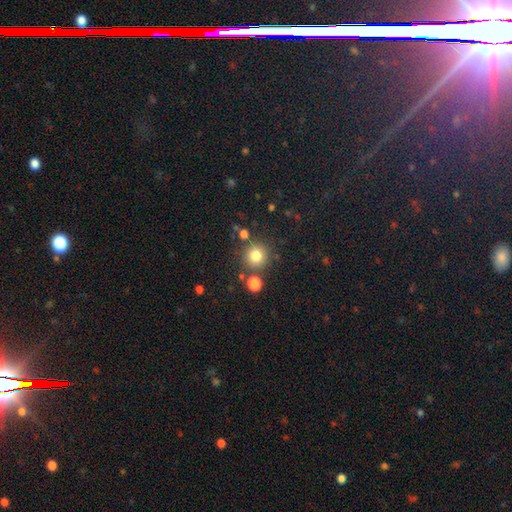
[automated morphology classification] Smooth or featured? Predicted: smooth (p=0.80). How rounded? Predicted: round (p=0.93). Merging? Predicted: none (p=0.82).